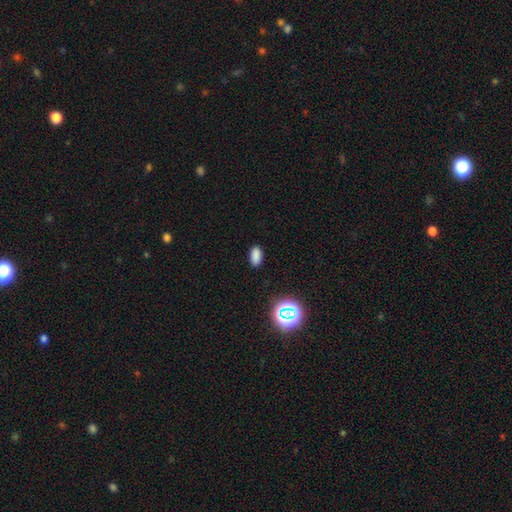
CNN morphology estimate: type=smooth (80%); roundness=in between (91%); merging=none (87%).